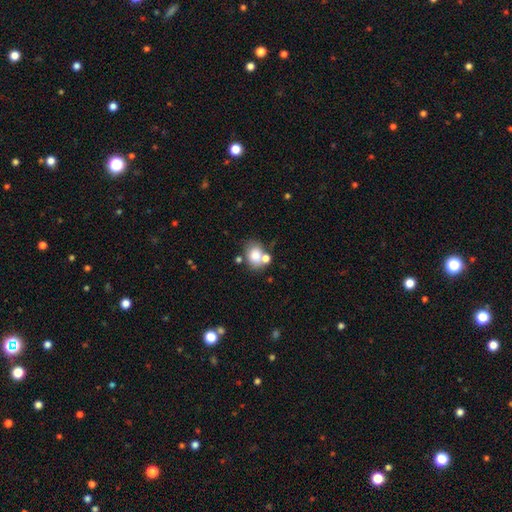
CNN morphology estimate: A smooth galaxy with no disk features (78%) that is in between round and cigar-shaped (56%). Merging: none (52%).